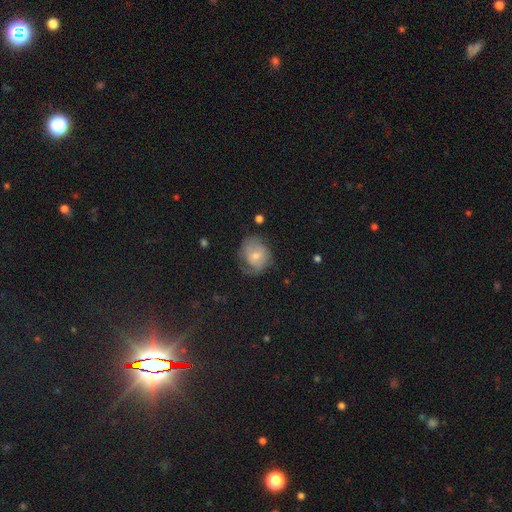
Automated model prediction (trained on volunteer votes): featured or disk 48%, smooth 45%, star or artifact 8%. Down the decision tree: merging — none (53%).